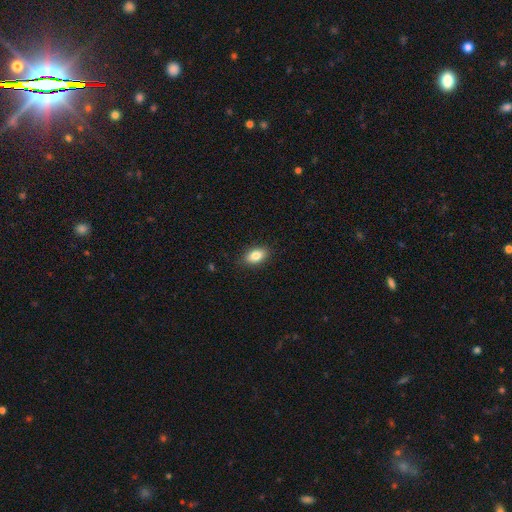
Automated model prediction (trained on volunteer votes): The model was most divided on "smooth or featured": smooth: 84%, featured or disk: 9%, star or artifact: 8%. More confident: how rounded — in between (89%); merging — none (88%).